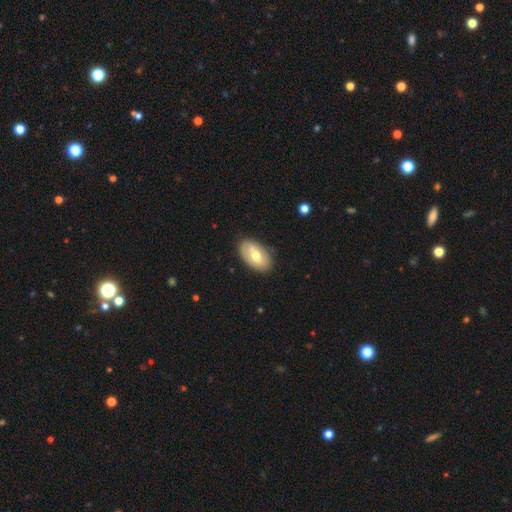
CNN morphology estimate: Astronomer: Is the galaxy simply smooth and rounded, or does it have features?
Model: smooth — 60%.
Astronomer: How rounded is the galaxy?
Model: in between — 93%.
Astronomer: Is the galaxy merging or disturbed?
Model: none — 82%.